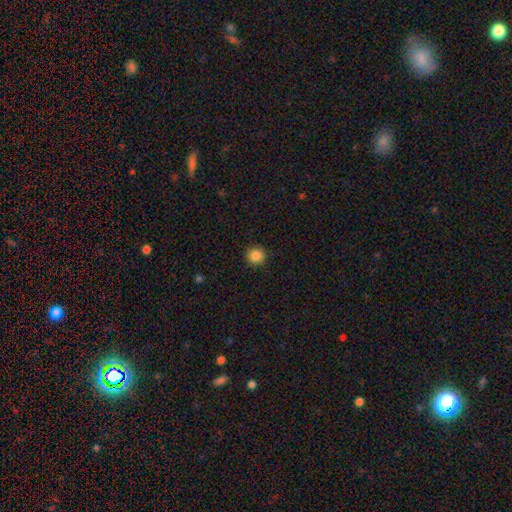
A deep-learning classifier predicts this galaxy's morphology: Smooth or featured: smooth — 86% (star or artifact — 10%)
How rounded: round — 95% (in between — 4%)
Merging: none — 92% (minor disturbance — 5%)